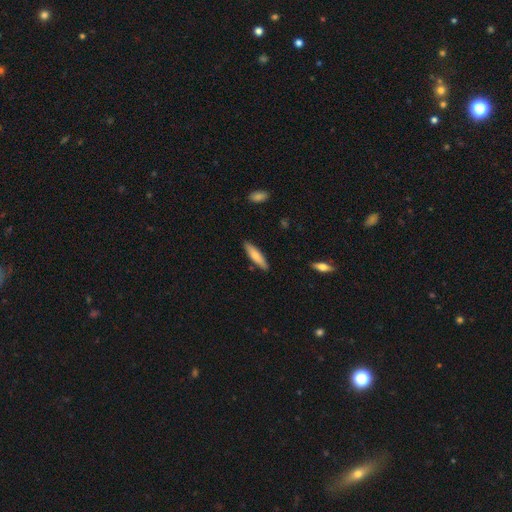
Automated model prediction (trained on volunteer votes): smooth_or_featured: smooth (p=0.72) [alt: featured or disk p=0.22]
how_rounded: cigar-shaped (p=0.75) [alt: in between p=0.24]
merging: none (p=0.88) [alt: minor disturbance p=0.09]